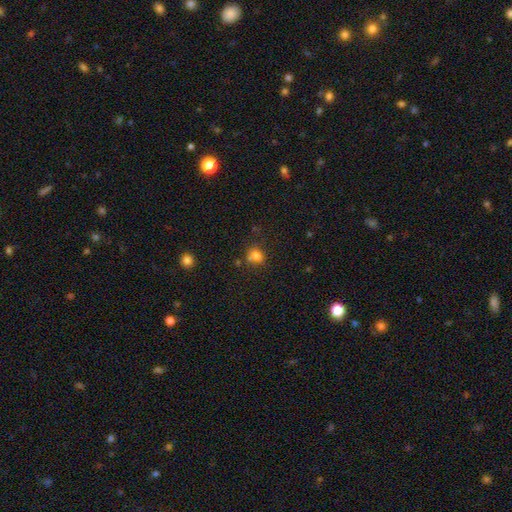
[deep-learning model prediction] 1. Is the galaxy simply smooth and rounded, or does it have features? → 78% smooth, 14% star or artifact, 8% featured or disk.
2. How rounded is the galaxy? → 69% round, 30% in between, 1% cigar-shaped.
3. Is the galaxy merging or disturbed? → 63% none, 20% minor disturbance, 11% merger, 6% major disturbance.